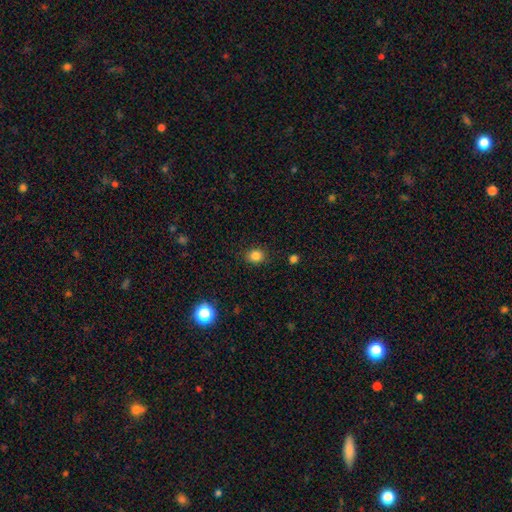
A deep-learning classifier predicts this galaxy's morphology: This is clearly a smooth galaxy (84%). How rounded: likely round (64%). Merging: clearly none (88%).